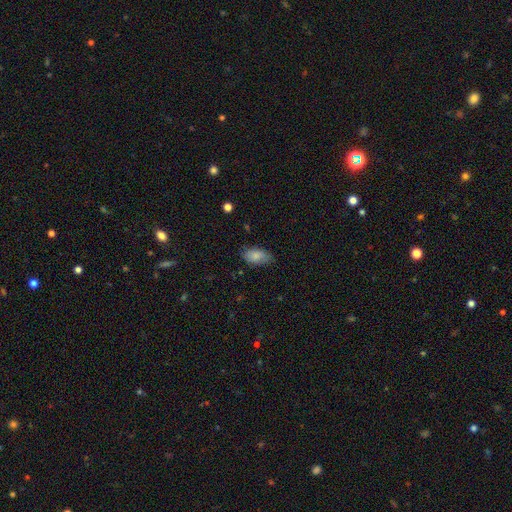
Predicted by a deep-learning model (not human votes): Smooth or featured? smooth (82%)
How rounded? in between (93%)
Merging? none (74%)